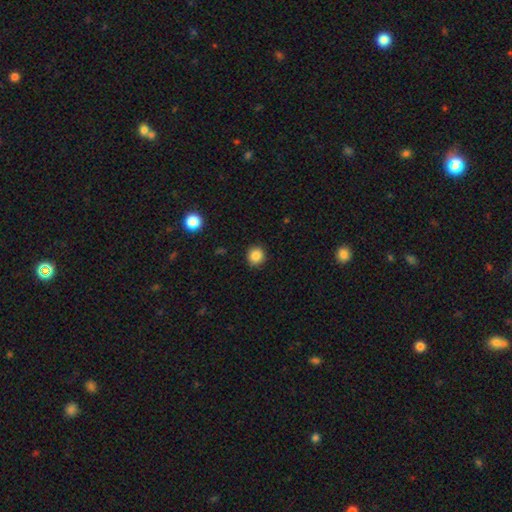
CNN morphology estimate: This is clearly a smooth galaxy (85%). How rounded: clearly round (90%). Merging: clearly none (91%).